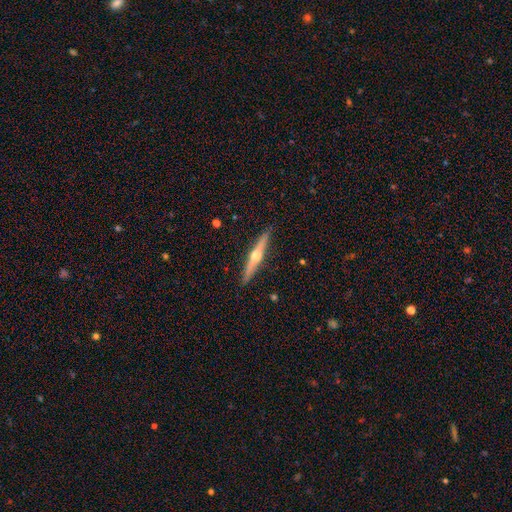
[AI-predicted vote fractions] A featured or disk galaxy (76%) viewed edge-on (98%) with a rounded central bulge (95%).

Vote fractions:
- Smooth or featured? featured or disk: 76% / smooth: 19% / star or artifact: 5%
- Edge-on disk? yes: 98% / no: 2%
- Edge-on bulge? rounded: 95% / none: 3% / boxy: 2%
- Merging? none: 91% / minor disturbance: 6% / major disturbance: 1% / merger: 1%